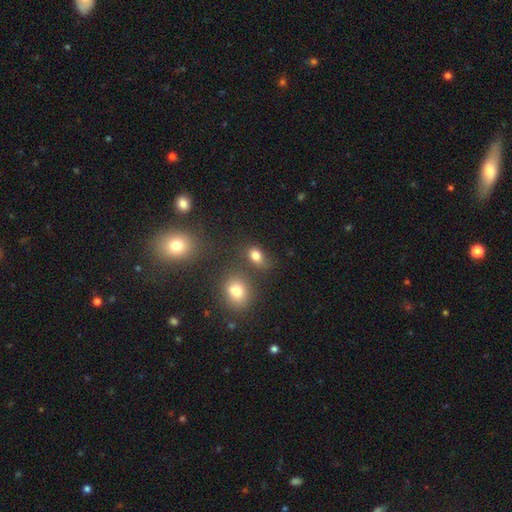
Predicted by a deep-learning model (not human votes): Smooth or featured? Predicted: smooth (p=0.79). How rounded? Predicted: in between (p=0.68). Merging? Predicted: none (p=0.62).